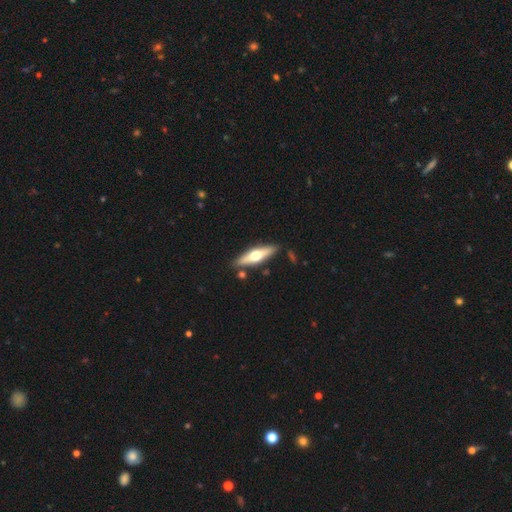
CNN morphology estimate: Overall: featured or disk (57%; smooth 38%). Edge-on disk: yes (92%). Edge-on bulge: rounded (95%). Merging: none (84%).